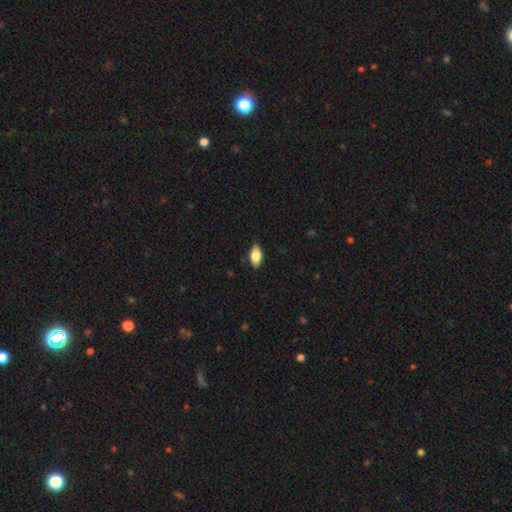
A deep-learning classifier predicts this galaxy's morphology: Smooth or featured? smooth (78%)
How rounded? in between (89%)
Merging? none (87%)